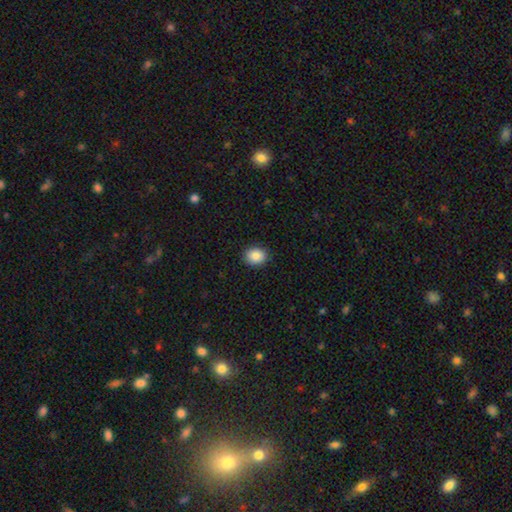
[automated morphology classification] A smooth galaxy with no disk features (87%) that is round (58%).

Vote fractions:
- Smooth or featured? smooth: 87% / star or artifact: 8% / featured or disk: 4%
- How rounded? round: 58% / in between: 41% / cigar-shaped: 1%
- Merging? none: 89% / minor disturbance: 8% / major disturbance: 2% / merger: 1%